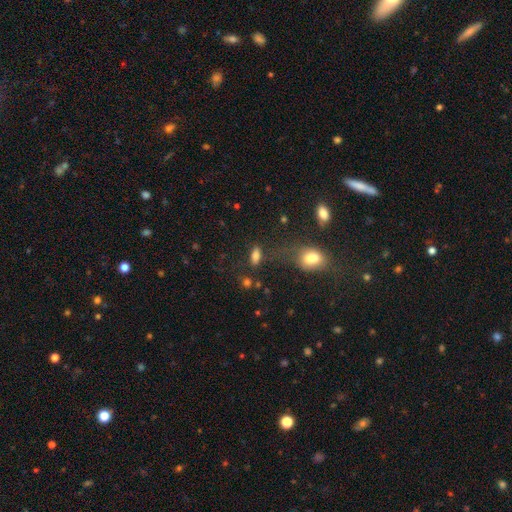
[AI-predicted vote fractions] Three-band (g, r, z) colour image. It shows a smooth galaxy with no disk features (78%) that is in between round and cigar-shaped (79%). Merging: none (68%).